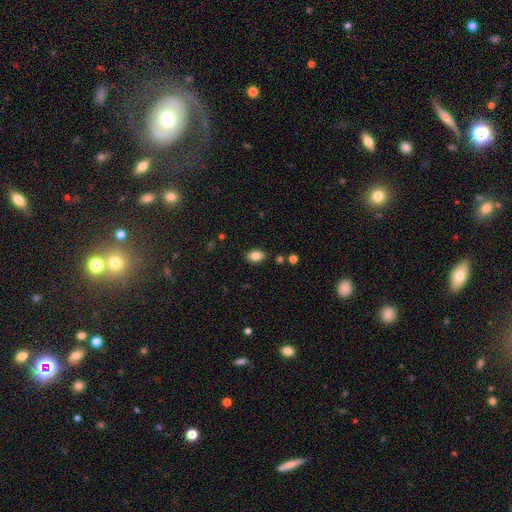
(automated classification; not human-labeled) Smooth or featured?
  - smooth: 83% *
  - star or artifact: 9%
  - featured or disk: 8%
How rounded?
  - in between: 85% *
  - round: 13%
  - cigar-shaped: 2%
Merging?
  - none: 85% *
  - minor disturbance: 11%
  - major disturbance: 2%
  - merger: 2%